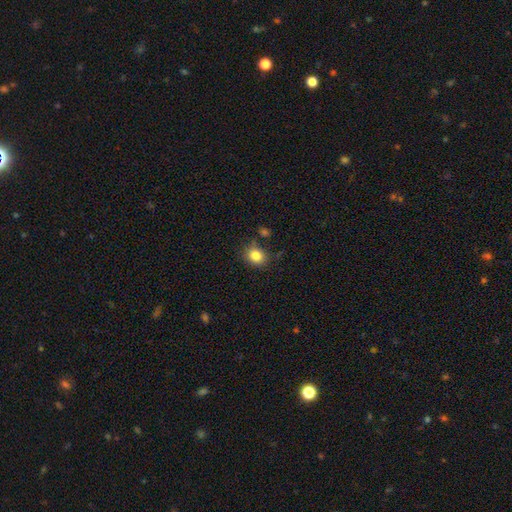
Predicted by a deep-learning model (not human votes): Smooth or featured? Predicted: smooth (p=0.83). How rounded? Predicted: round (p=0.65). Merging? Predicted: none (p=0.78).